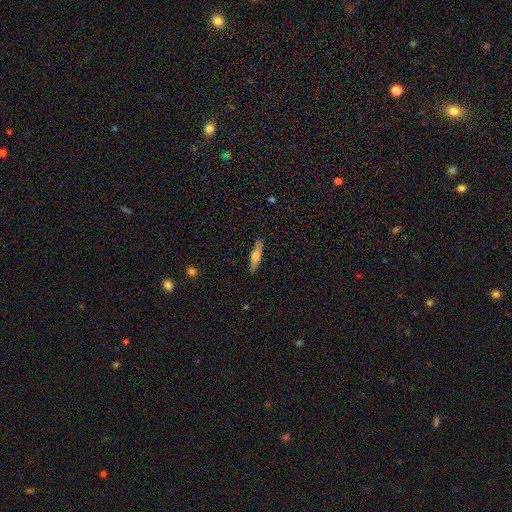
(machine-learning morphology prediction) Smooth or featured? smooth (62%)
How rounded? cigar-shaped (80%)
Merging? none (89%)